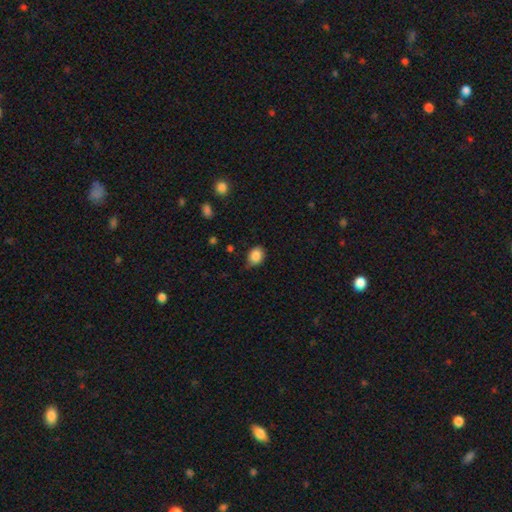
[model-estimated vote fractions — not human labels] This is clearly a smooth galaxy (86%). How rounded: possibly in between (57%). Merging: likely none (73%).